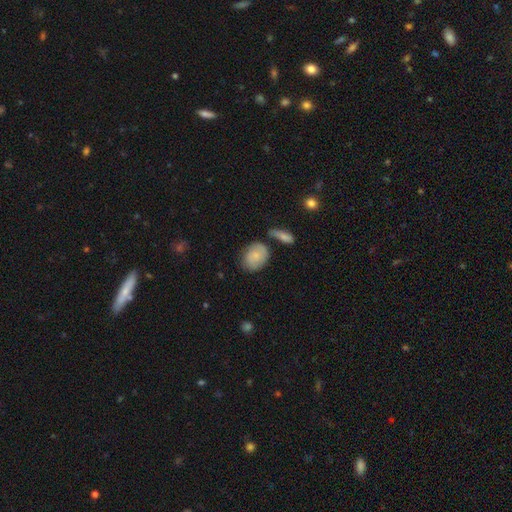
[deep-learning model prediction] Smooth or featured: smooth — 74% (featured or disk — 20%)
How rounded: in between — 61% (round — 37%)
Merging: none — 59% (minor disturbance — 23%)